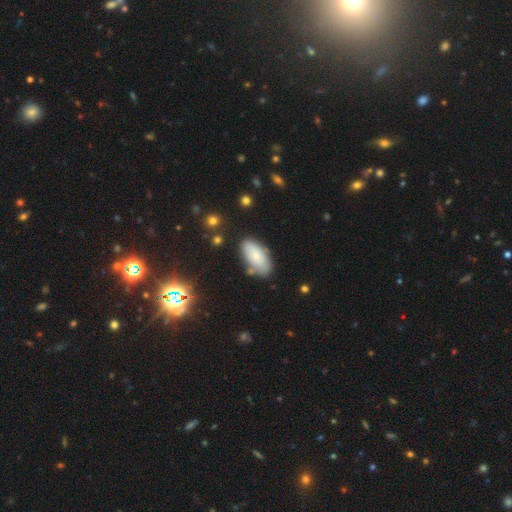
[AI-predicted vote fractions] Smooth or featured? smooth (76%)
How rounded? in between (92%)
Merging? none (77%)